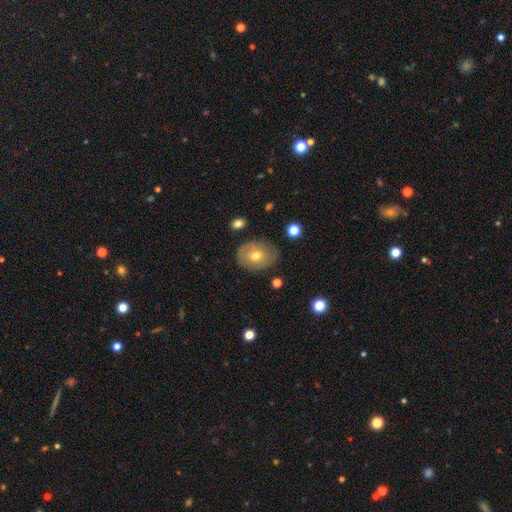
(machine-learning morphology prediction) This appears to be a smooth galaxy with no disk features (60%) that is in between round and cigar-shaped (55%). Merging: none (75%).